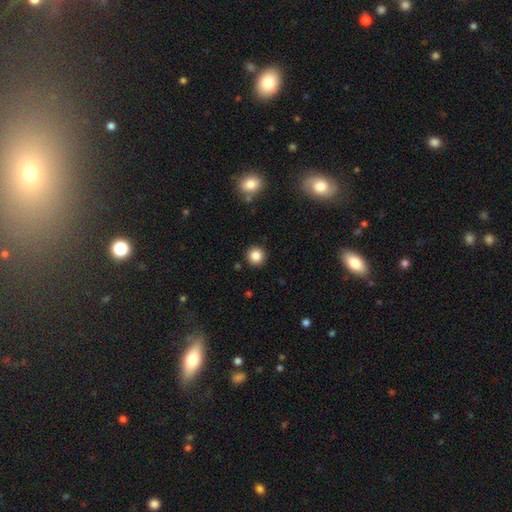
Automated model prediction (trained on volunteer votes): This appears to be a smooth galaxy with no disk features (85%) that is round (94%). Merging: none (91%).